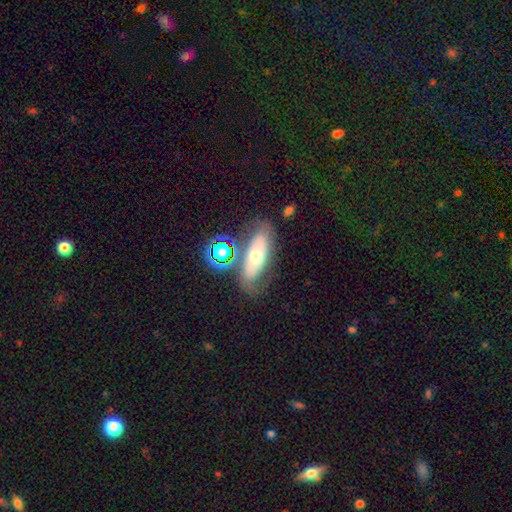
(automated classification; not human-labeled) Morphology: type=featured or disk (46%); merging=none (65%).